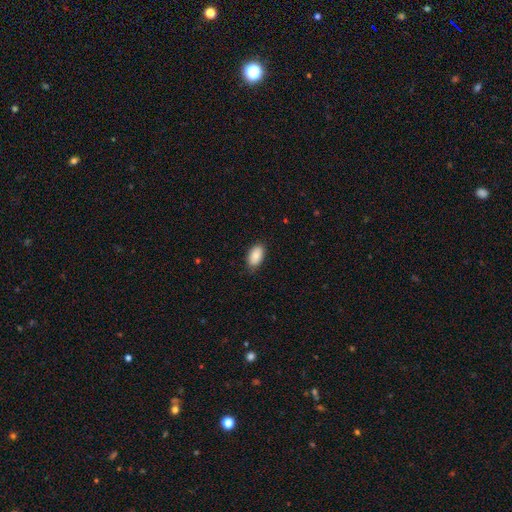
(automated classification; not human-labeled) A smooth galaxy with no disk features (88%) that is in between round and cigar-shaped (94%). Merging: none (83%).